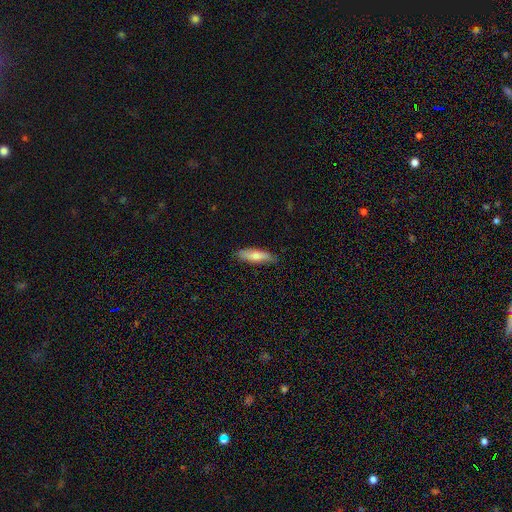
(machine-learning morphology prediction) smooth_or_featured: smooth (p=0.70) [alt: featured or disk p=0.24]
how_rounded: cigar-shaped (p=0.59) [alt: in between p=0.39]
merging: none (p=0.83) [alt: minor disturbance p=0.14]